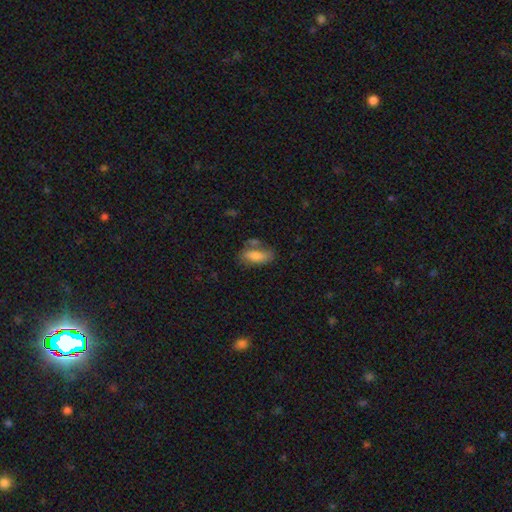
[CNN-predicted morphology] type=smooth (77%); roundness=in between (77%); merging=none (54%).